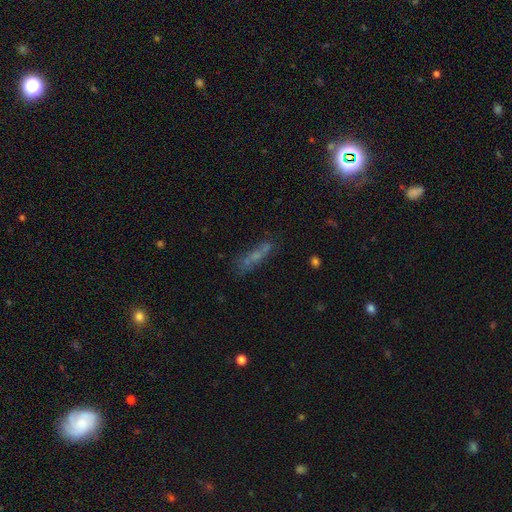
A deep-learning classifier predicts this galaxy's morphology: This is possibly a smooth galaxy (49%). Merging: possibly none (59%).